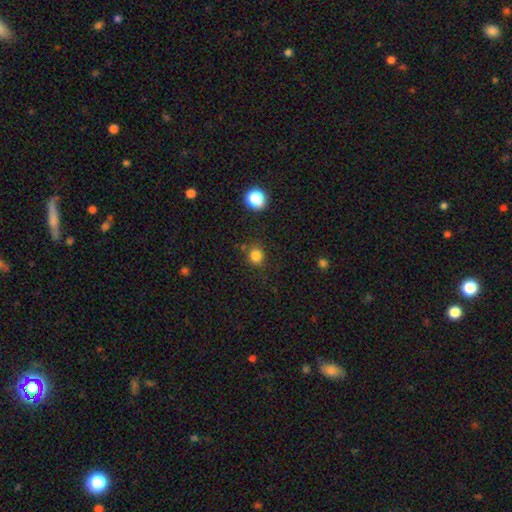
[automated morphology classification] smooth_or_featured: smooth (p=0.82) [alt: star or artifact p=0.13]
how_rounded: round (p=0.84) [alt: in between p=0.15]
merging: none (p=0.80) [alt: minor disturbance p=0.12]